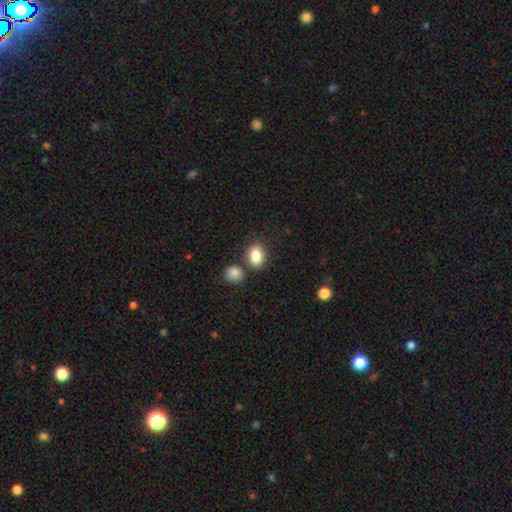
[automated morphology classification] Smooth or featured?
  - smooth: 84% *
  - star or artifact: 9%
  - featured or disk: 7%
How rounded?
  - in between: 65% *
  - round: 34%
  - cigar-shaped: 1%
Merging?
  - none: 69% *
  - merger: 16%
  - minor disturbance: 12%
  - major disturbance: 3%